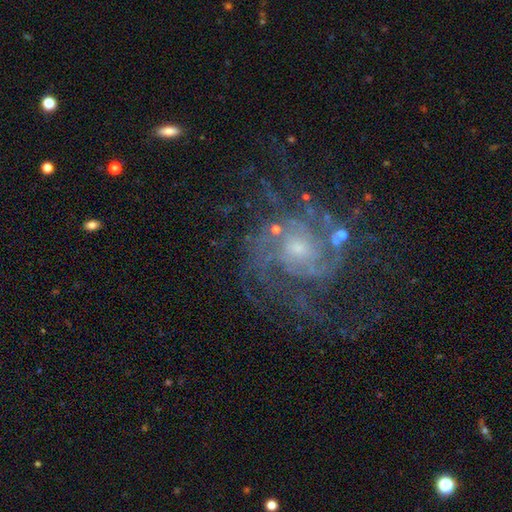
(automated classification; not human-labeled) Q: Smooth or featured?
A: featured or disk (86%); runner-up: star or artifact (8%)
Q: Edge-on disk?
A: no (98%); runner-up: yes (2%)
Q: Bar?
A: no (68%); runner-up: weak (26%)
Q: Spiral arms?
A: yes (95%); runner-up: no (5%)
Q: Spiral winding?
A: tight (49%); runner-up: medium (39%)
Q: Spiral arm count?
A: 2 (29%); runner-up: can't tell (25%)
Q: Bulge size?
A: small (54%); runner-up: moderate (37%)
Q: Merging?
A: none (65%); runner-up: major disturbance (16%)